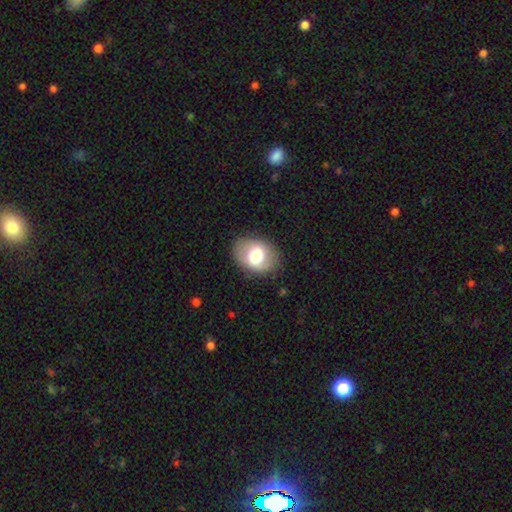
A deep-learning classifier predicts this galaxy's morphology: This is likely a smooth galaxy (68%). How rounded: likely in between (70%). Merging: clearly none (84%).